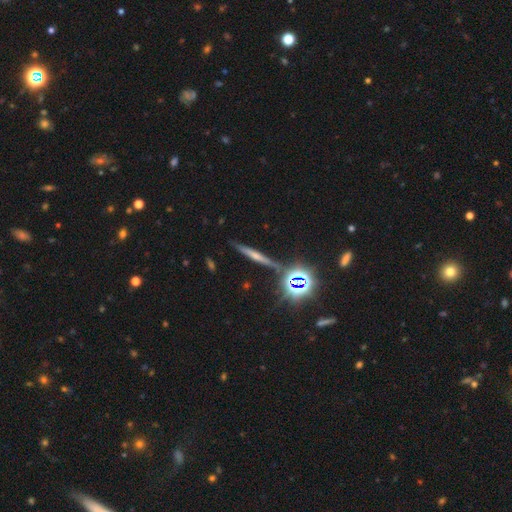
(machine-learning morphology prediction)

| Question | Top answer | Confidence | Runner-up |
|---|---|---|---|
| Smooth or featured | featured or disk | 44% | star or artifact (30%) |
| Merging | none | 86% | minor disturbance (8%) |